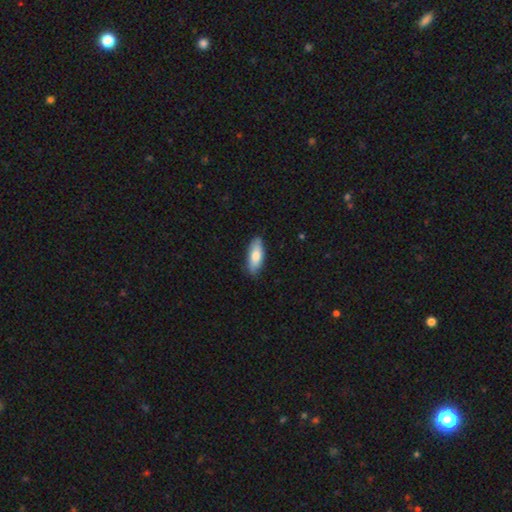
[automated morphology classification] Smooth or featured? Predicted: smooth (p=0.75). How rounded? Predicted: in between (p=0.70). Merging? Predicted: none (p=0.82).